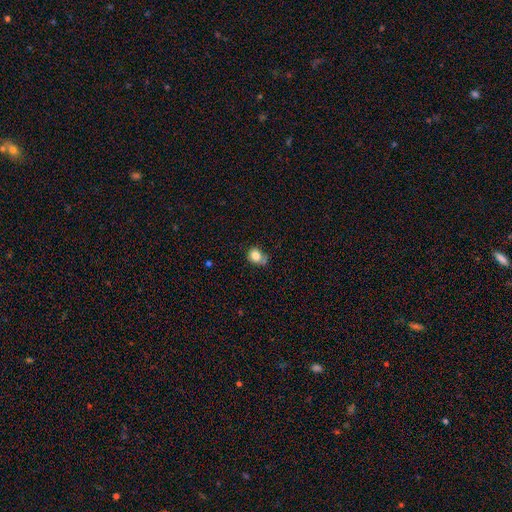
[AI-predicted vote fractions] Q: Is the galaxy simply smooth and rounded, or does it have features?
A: smooth — 81%.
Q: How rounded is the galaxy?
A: round — 66%.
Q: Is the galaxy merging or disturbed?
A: none — 52%.